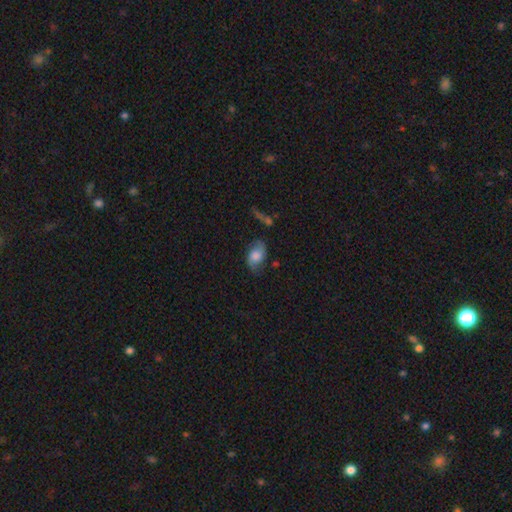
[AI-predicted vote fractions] smooth-or-featured: smooth: 46% | featured or disk: 45% | star or artifact: 9%
  merging: none: 60% | minor disturbance: 25% | major disturbance: 11% | merger: 4%